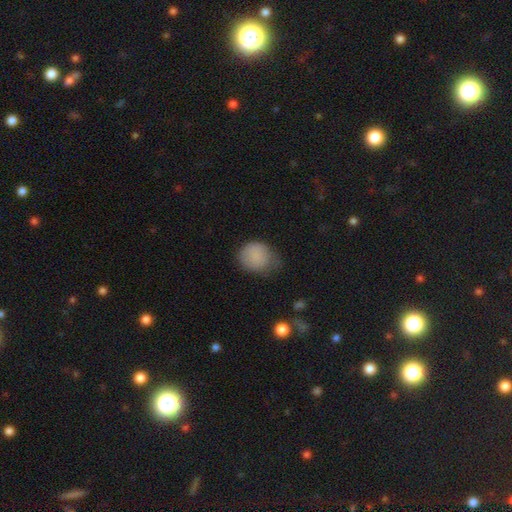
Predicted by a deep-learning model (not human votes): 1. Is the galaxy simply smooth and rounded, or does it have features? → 84% smooth, 9% featured or disk, 8% star or artifact.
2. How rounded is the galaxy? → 63% round, 36% in between, 1% cigar-shaped.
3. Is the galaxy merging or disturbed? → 41% none (tied), 41% minor disturbance (tied), 16% major disturbance, 2% merger.